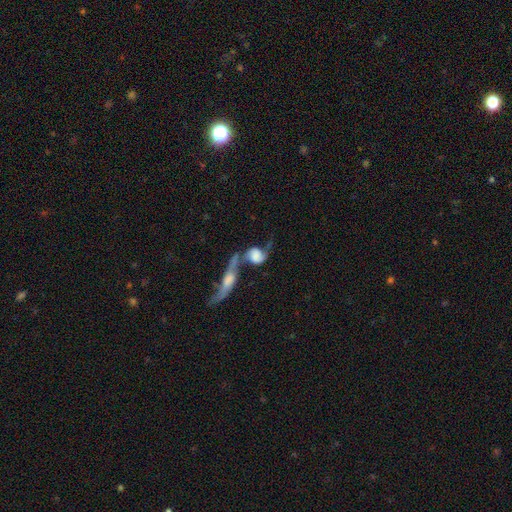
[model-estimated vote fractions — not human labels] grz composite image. It shows a featured or disk galaxy (66%) with no bar (62%), 2 (86%) loose (77%) spiral arms (88%) and a large central bulge (31%). Merging: merger (61%).